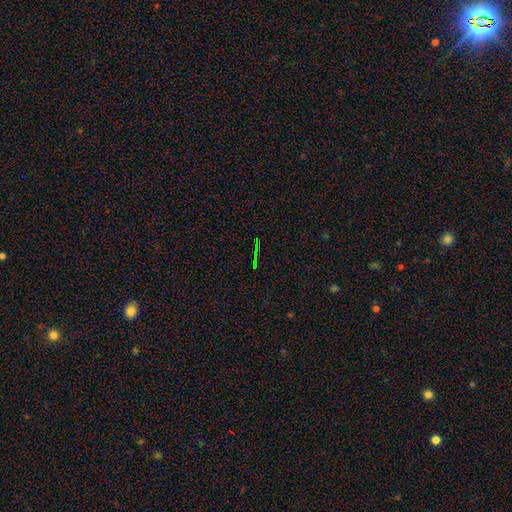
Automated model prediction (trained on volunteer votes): Morphology: type=star or artifact (75%).